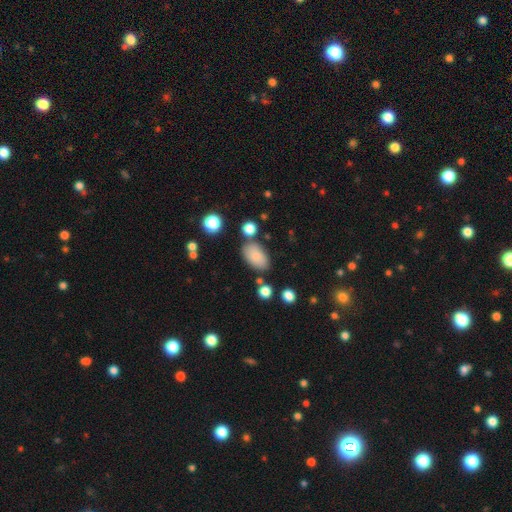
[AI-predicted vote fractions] Smooth or featured?
  - smooth: 84% *
  - star or artifact: 8%
  - featured or disk: 7%
How rounded?
  - in between: 92% *
  - round: 6%
  - cigar-shaped: 2%
Merging?
  - none: 75% *
  - minor disturbance: 15%
  - merger: 7%
  - major disturbance: 4%